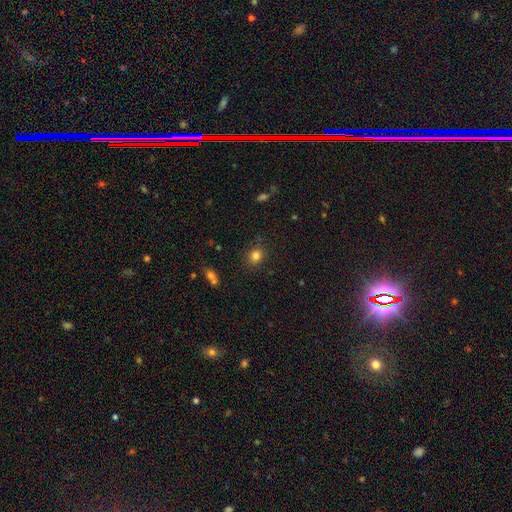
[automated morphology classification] Q: Smooth or featured?
A: smooth (82%); runner-up: star or artifact (13%)
Q: How rounded?
A: round (77%); runner-up: in between (22%)
Q: Merging?
A: none (84%); runner-up: minor disturbance (11%)